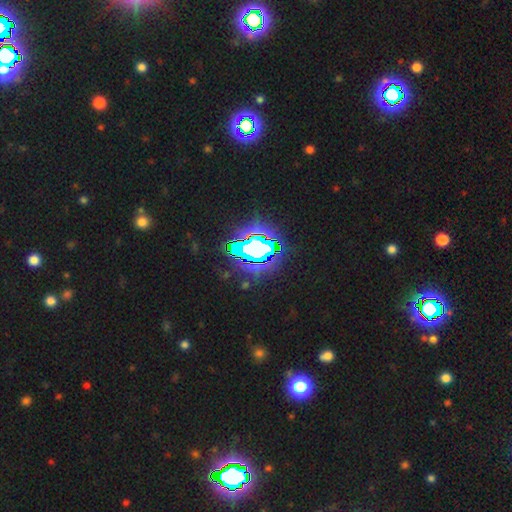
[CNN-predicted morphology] A star or artifact, not a galaxy (78%).